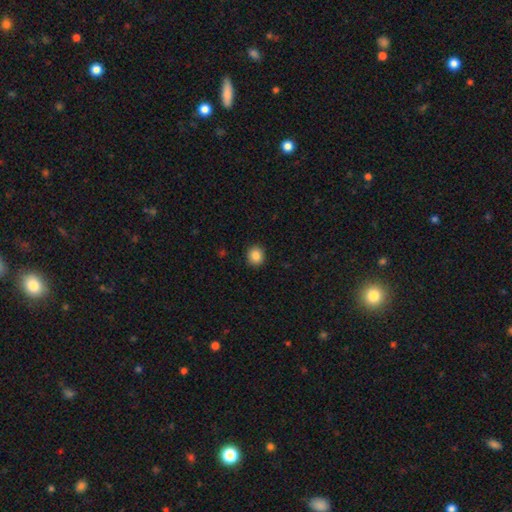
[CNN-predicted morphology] Smooth or featured: smooth — 86% (star or artifact — 9%)
How rounded: round — 86% (in between — 13%)
Merging: none — 92% (minor disturbance — 6%)